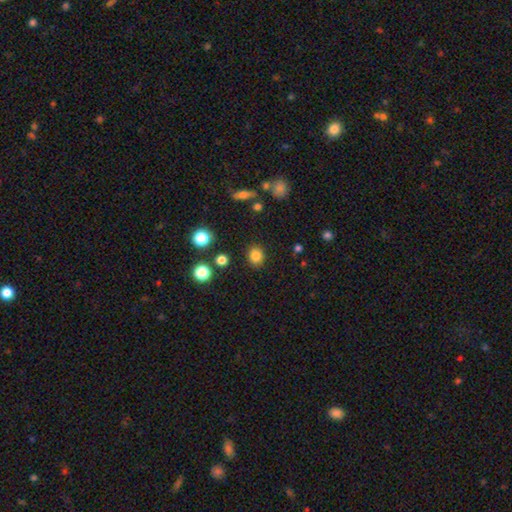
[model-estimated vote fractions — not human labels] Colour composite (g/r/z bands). It shows a smooth galaxy with no disk features (83%) that is round (74%). Merging: none (89%).